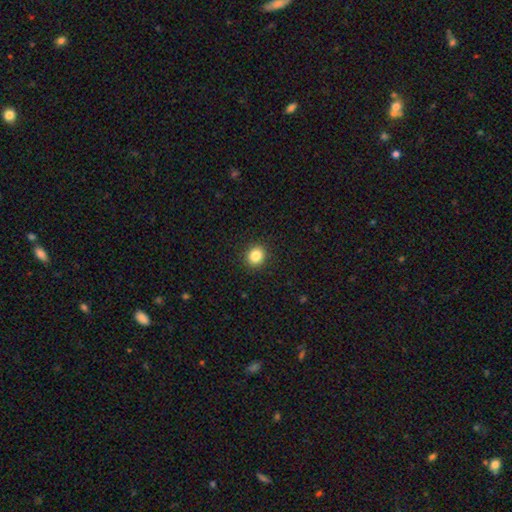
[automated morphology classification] Smooth or featured? smooth (85%)
How rounded? round (77%)
Merging? none (92%)